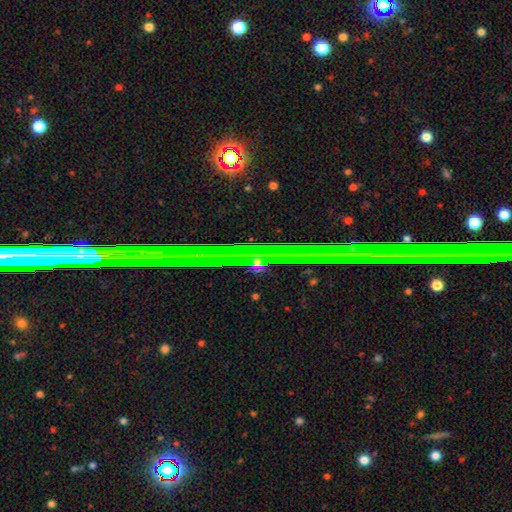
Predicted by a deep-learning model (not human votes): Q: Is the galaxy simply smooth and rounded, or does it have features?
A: star or artifact — 65%.